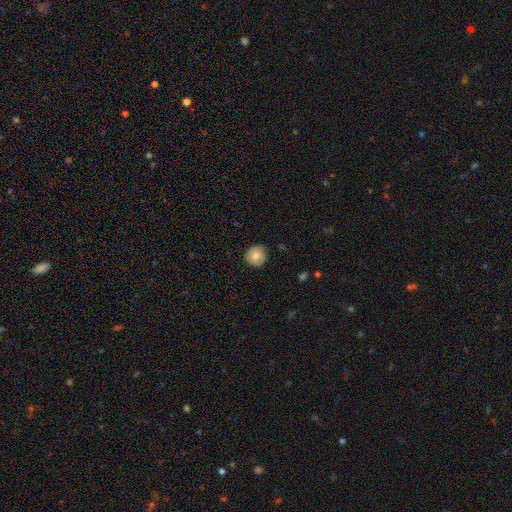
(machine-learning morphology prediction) A smooth galaxy with no disk features (79%) that is round (94%).

Vote fractions:
- Smooth or featured? smooth: 79% / featured or disk: 13% / star or artifact: 8%
- How rounded? round: 94% / in between: 5% / cigar-shaped: 1%
- Merging? none: 84% / minor disturbance: 13% / major disturbance: 2% / merger: 1%